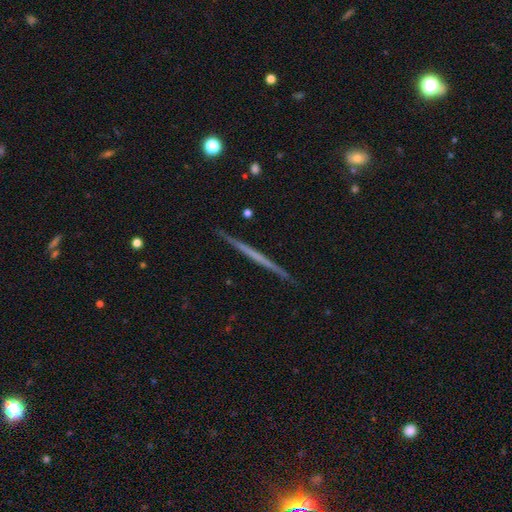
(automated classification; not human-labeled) smooth_or_featured: featured or disk (p=0.65) [alt: smooth p=0.29]
disk_edge_on: yes (p=0.98) [alt: no p=0.02]
edge_on_bulge: none (p=0.90) [alt: rounded p=0.06]
merging: none (p=0.93) [alt: minor disturbance p=0.05]